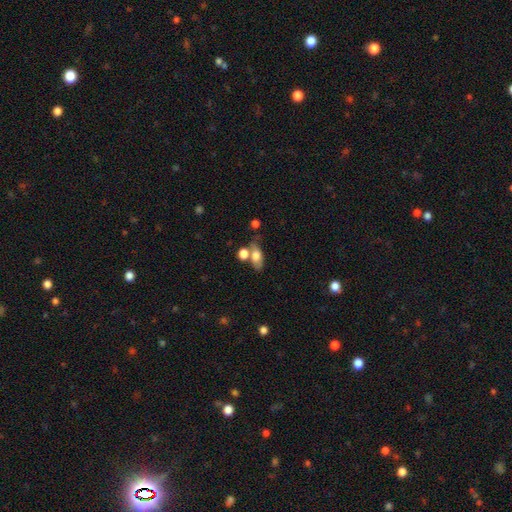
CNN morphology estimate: smooth 68%, featured or disk 23%, star or artifact 10%. Down the decision tree: how rounded — in between (76%); merging — none (45%).